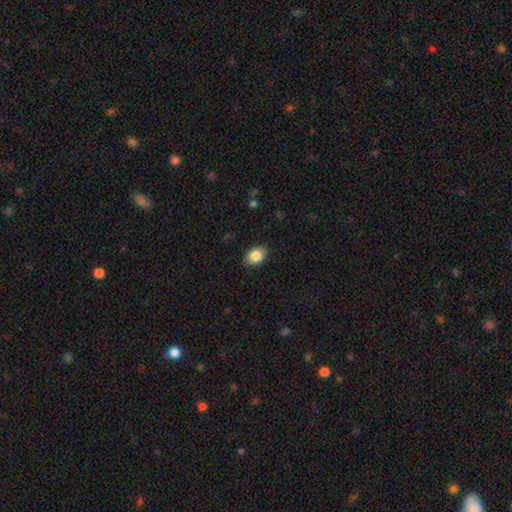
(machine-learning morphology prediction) Overall: smooth (86%). How rounded: in between (73%). Merging: none (86%).